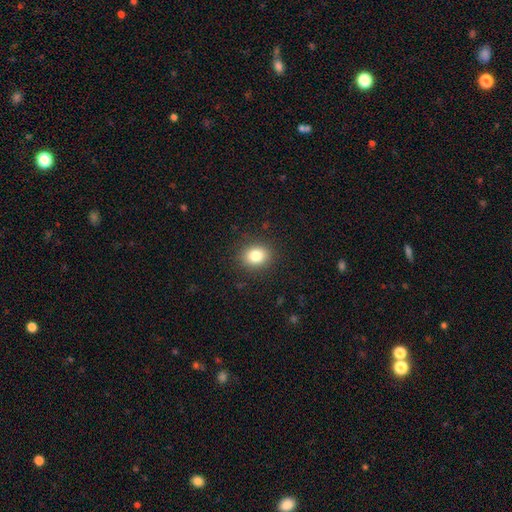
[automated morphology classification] Smooth or featured? smooth (82%)
How rounded? round (61%)
Merging? none (89%)